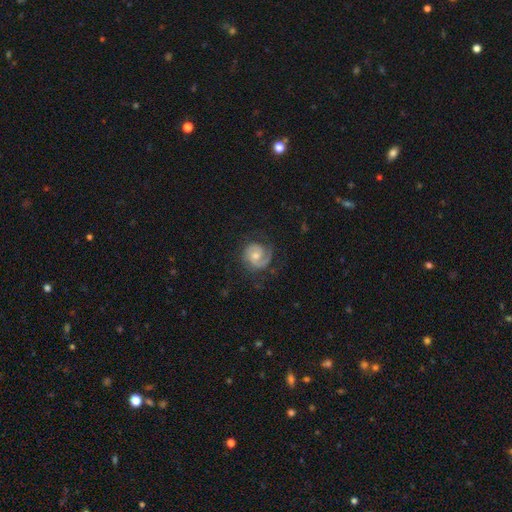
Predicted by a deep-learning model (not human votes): Smooth or featured?
  - featured or disk: 77% *
  - smooth: 17%
  - star or artifact: 6%
Edge-on disk?
  - no: 98% *
  - yes: 2%
Bar?
  - no: 59% *
  - weak: 36%
  - strong: 6%
Spiral arms?
  - yes: 95% *
  - no: 5%
Spiral winding?
  - tight: 47% *
  - medium: 39%
  - loose: 14%
Spiral arm count?
  - 2: 55% *
  - 1: 30%
  - can't tell: 9%
  - 3: 3%
  - 4: 1%
  - more than 4: 1%
Bulge size?
  - moderate: 55% *
  - small: 37%
  - large: 4%
  - none: 3%
  - dominant: 1%
Merging?
  - none: 70% *
  - minor disturbance: 18%
  - major disturbance: 11%
  - merger: 1%